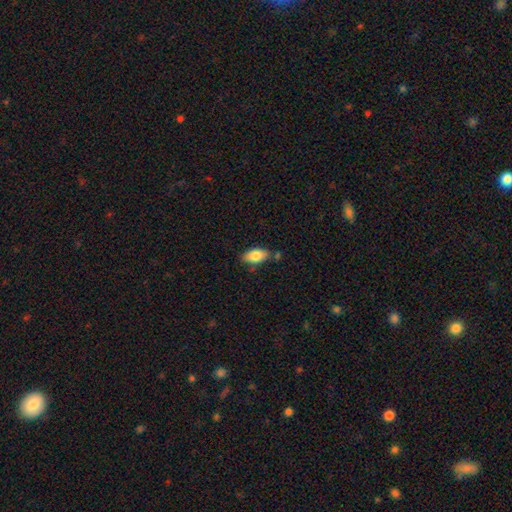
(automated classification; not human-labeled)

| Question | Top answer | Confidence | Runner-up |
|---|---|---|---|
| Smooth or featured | smooth | 81% | featured or disk (12%) |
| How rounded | in between | 91% | cigar-shaped (5%) |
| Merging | none | 73% | minor disturbance (17%) |